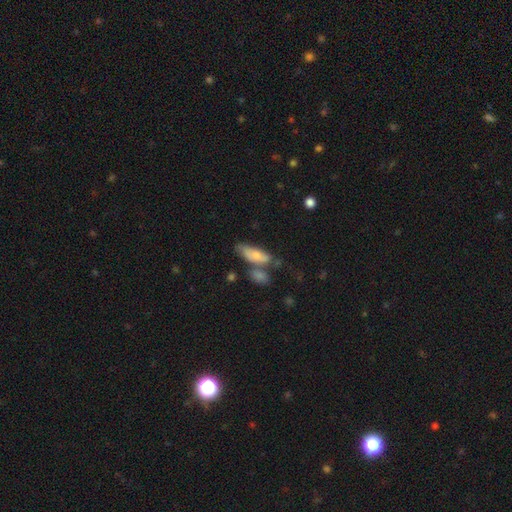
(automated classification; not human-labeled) Smooth or featured? smooth (73%)
How rounded? in between (68%)
Merging? none (44%)